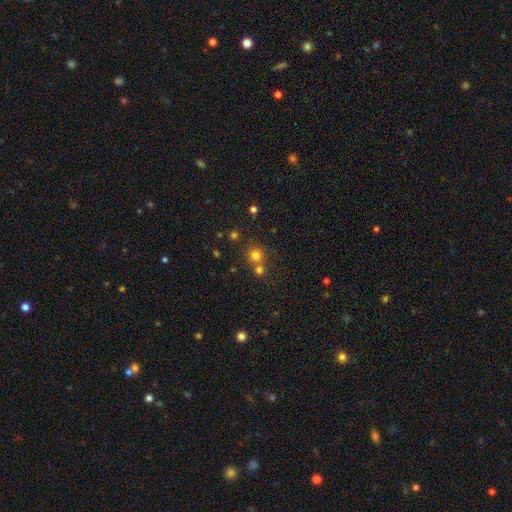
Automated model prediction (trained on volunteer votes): Smooth or featured?
  - smooth: 74% *
  - star or artifact: 18%
  - featured or disk: 8%
How rounded?
  - round: 89% *
  - in between: 10%
  - cigar-shaped: 1%
Merging?
  - none: 57% *
  - merger: 33%
  - minor disturbance: 7%
  - major disturbance: 3%